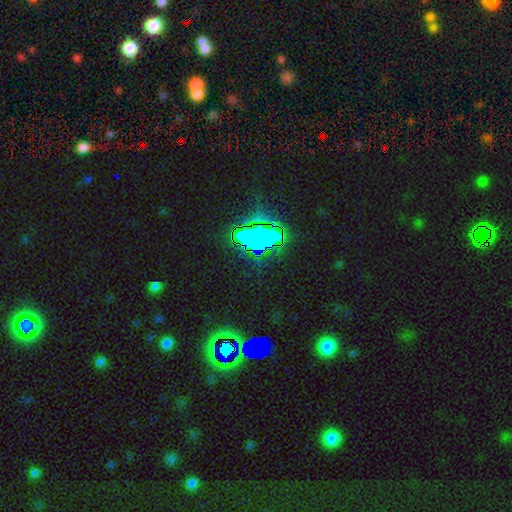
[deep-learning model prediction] smooth-or-featured: star or artifact: 82% | smooth: 10% | featured or disk: 8%